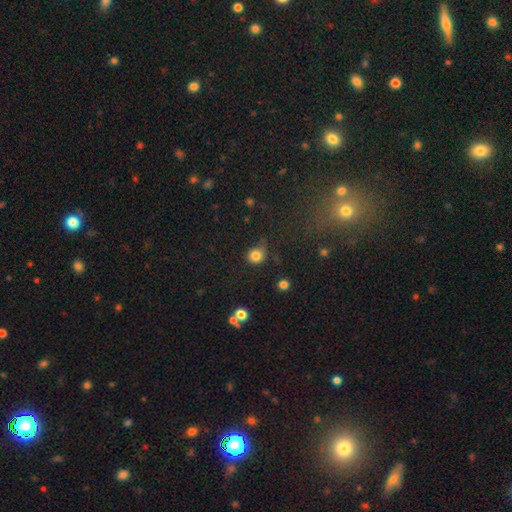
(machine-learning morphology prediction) smooth-or-featured: smooth: 81% | star or artifact: 12% | featured or disk: 6%
  how-rounded: round: 85% | in between: 14% | cigar-shaped: 1%
  merging: none: 57% | minor disturbance: 29% | major disturbance: 10% | merger: 4%